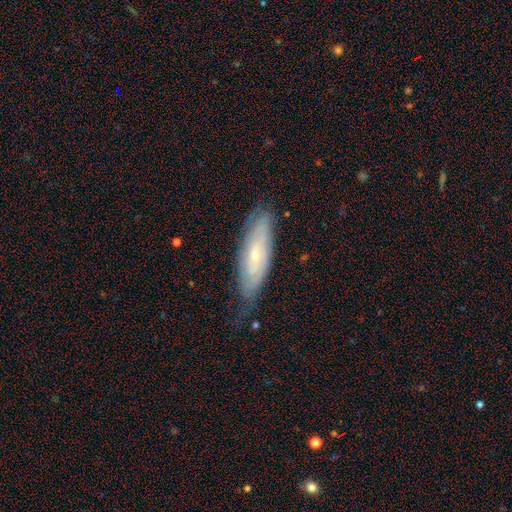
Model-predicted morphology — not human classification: featured or disk 61%, smooth 32%, star or artifact 7%. Down the decision tree: edge-on disk — no (71%); merging — none (68%).